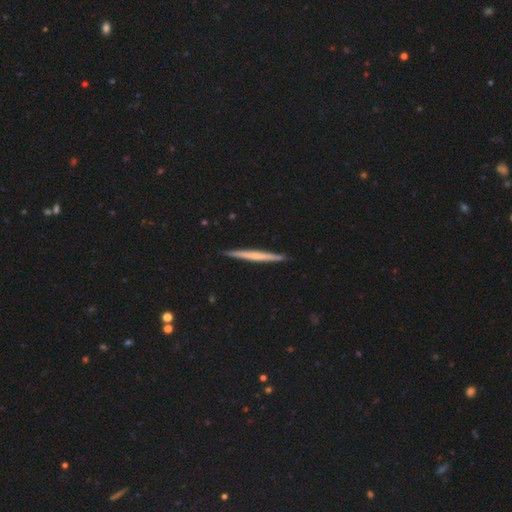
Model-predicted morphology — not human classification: Smooth or featured? Predicted: featured or disk (p=0.54). Edge-on disk? Predicted: yes (p=0.98). Edge-on bulge? Predicted: none (p=0.72). Merging? Predicted: none (p=0.92).